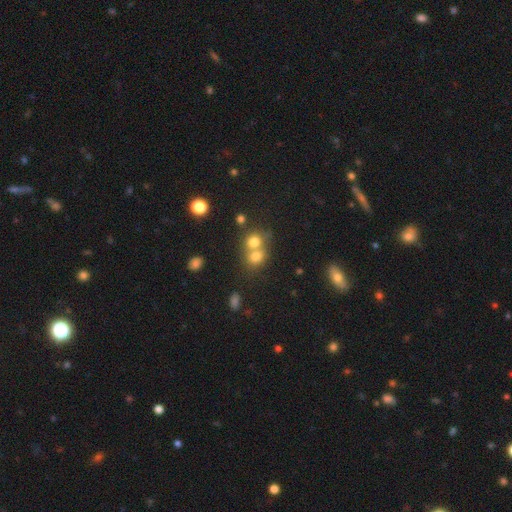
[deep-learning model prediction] Smooth or featured: smooth — 71% (star or artifact — 15%)
How rounded: round — 71% (in between — 28%)
Merging: merger — 58% (none — 33%)